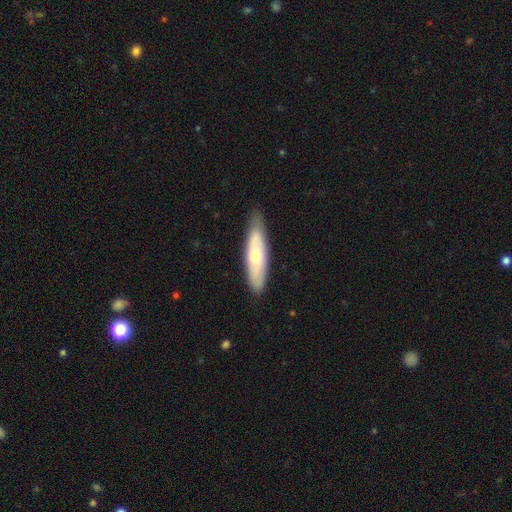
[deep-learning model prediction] smooth-or-featured: smooth: 56% | featured or disk: 39% | star or artifact: 5%
  how-rounded: cigar-shaped: 63% | in between: 35% | round: 2%
  merging: none: 81% | minor disturbance: 15% | major disturbance: 3% | merger: 1%